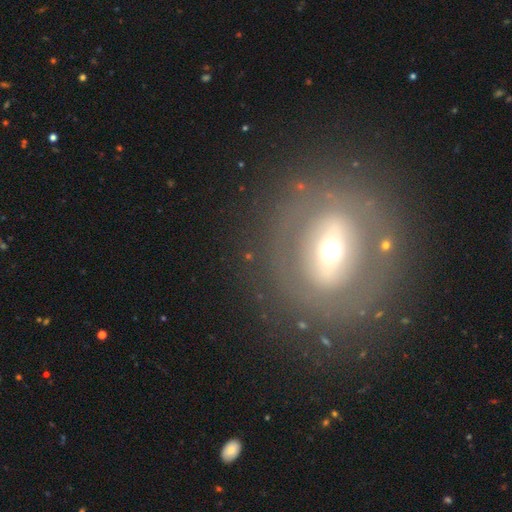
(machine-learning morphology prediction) Smooth or featured?
  - featured or disk: 62% *
  - smooth: 28%
  - star or artifact: 10%
Edge-on disk?
  - no: 88% *
  - yes: 12%
Bar?
  - strong: 41% *
  - no: 31%
  - weak: 28%
Spiral arms?
  - no: 81% *
  - yes: 19%
Bulge size?
  - moderate: 53% *
  - small: 33%
  - large: 10%
  - dominant: 2%
  - none: 1%
Merging?
  - none: 80% *
  - minor disturbance: 10%
  - major disturbance: 8%
  - merger: 2%